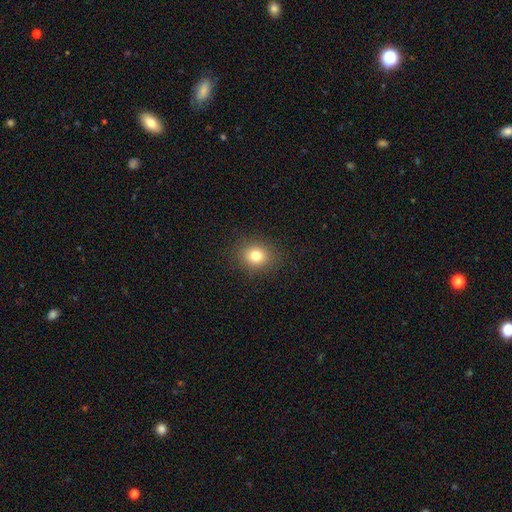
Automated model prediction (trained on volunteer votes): Overall: smooth (79%). How rounded: round (70%). Merging: none (89%).